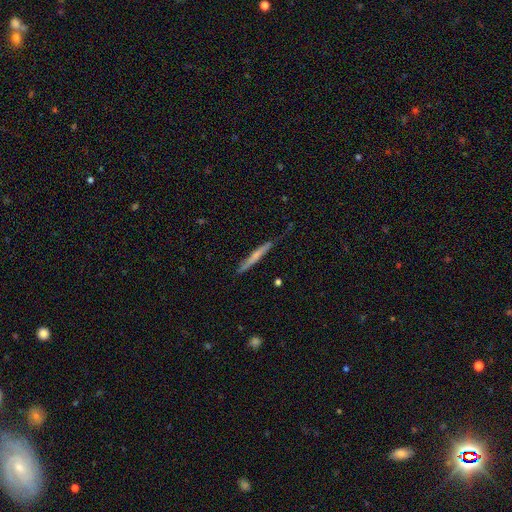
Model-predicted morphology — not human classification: Smooth or featured? Predicted: smooth (p=0.52). How rounded? Predicted: cigar-shaped (p=0.95). Merging? Predicted: none (p=0.74).